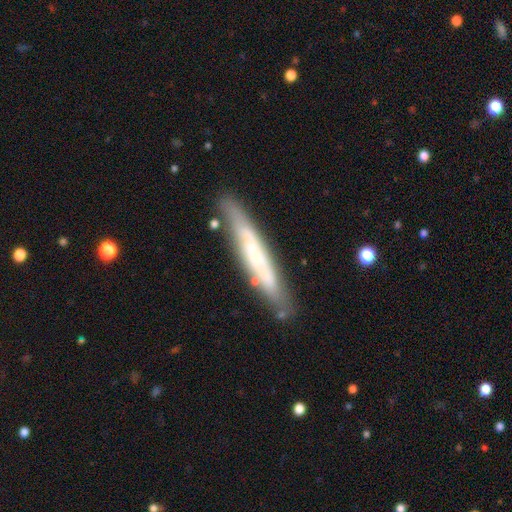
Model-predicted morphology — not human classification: Smooth or featured: featured or disk — 52% (smooth — 42%)
Edge-on disk: yes — 77% (no — 23%)
Merging: none — 80% (minor disturbance — 14%)